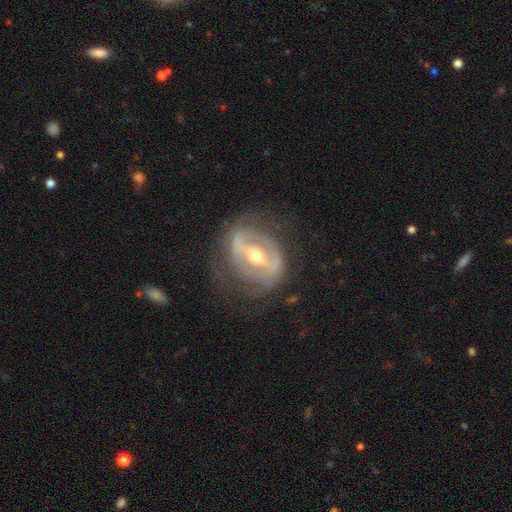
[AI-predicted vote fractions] smooth_or_featured: featured or disk (p=0.84) [alt: smooth p=0.10]
disk_edge_on: no (p=0.93) [alt: yes p=0.07]
bar: strong (p=0.63) [alt: weak p=0.26]
has_spiral_arms: yes (p=0.69) [alt: no p=0.31]
spiral_winding: tight (p=0.45) [alt: medium p=0.36]
spiral_arm_count: 2 (p=0.58) [alt: can't tell p=0.26]
bulge_size: moderate (p=0.60) [alt: small p=0.34]
merging: none (p=0.67) [alt: minor disturbance p=0.17]